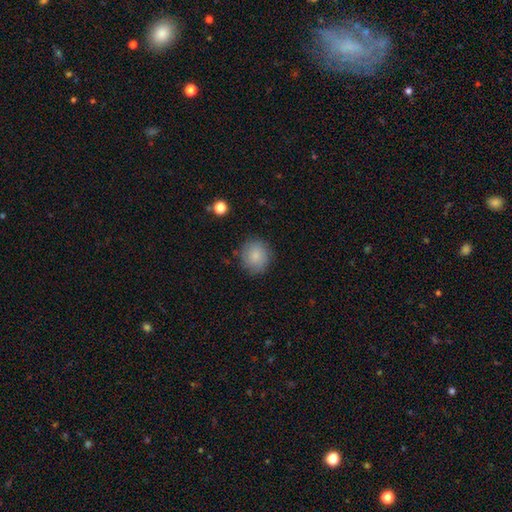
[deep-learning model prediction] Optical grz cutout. It shows a smooth galaxy with no disk features (83%) that is round (84%). Merging: none (83%).